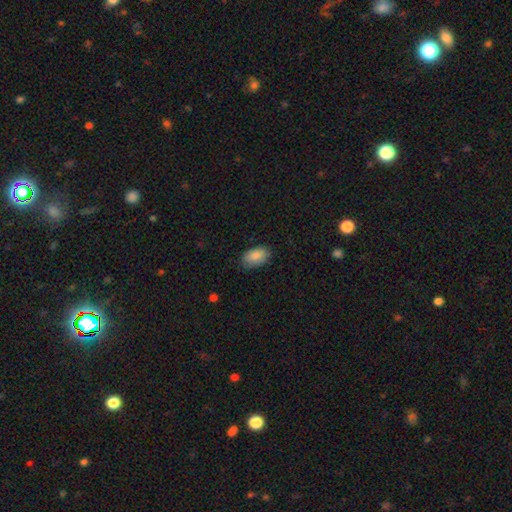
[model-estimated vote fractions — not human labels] Morphology: type=smooth (86%); roundness=in between (93%); merging=none (81%).